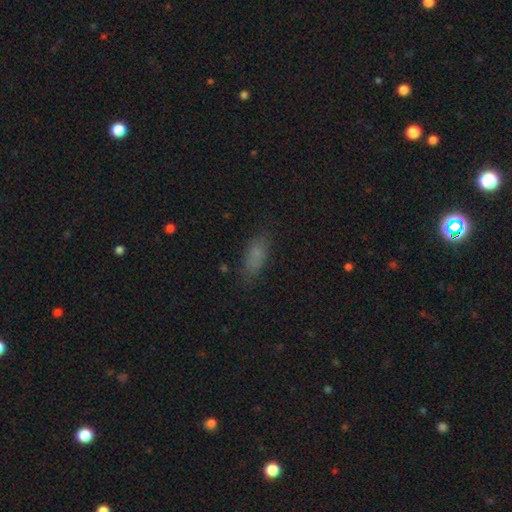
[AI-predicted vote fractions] This is likely a smooth galaxy (76%). How rounded: likely in between (74%). Merging: likely none (76%).